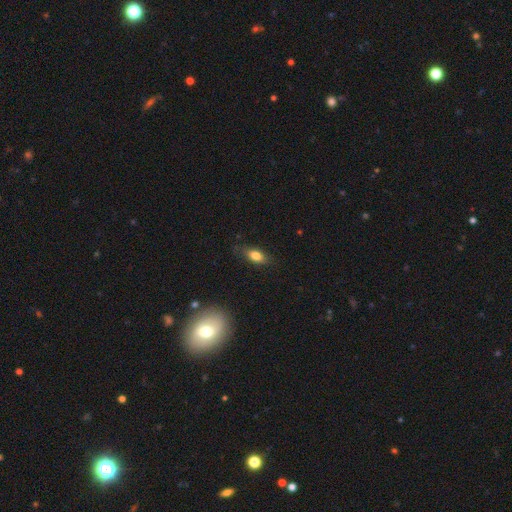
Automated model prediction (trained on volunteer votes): Morphology: type=smooth (78%); roundness=in between (82%); merging=none (76%).